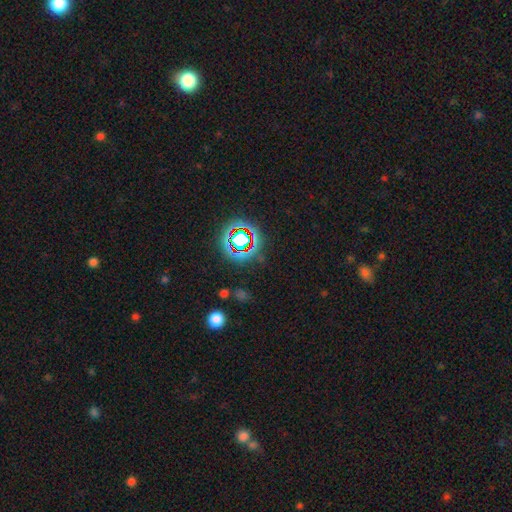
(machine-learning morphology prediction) This is likely a star or artifact rather than a galaxy (69%).